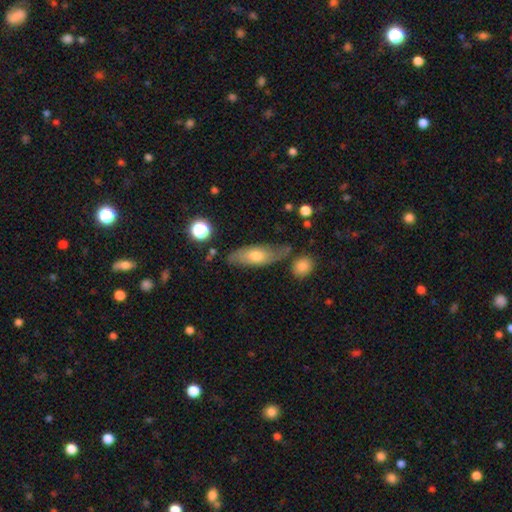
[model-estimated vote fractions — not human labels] A smooth galaxy with no disk features (55%) that is in between round and cigar-shaped (72%). Merging: none (62%).